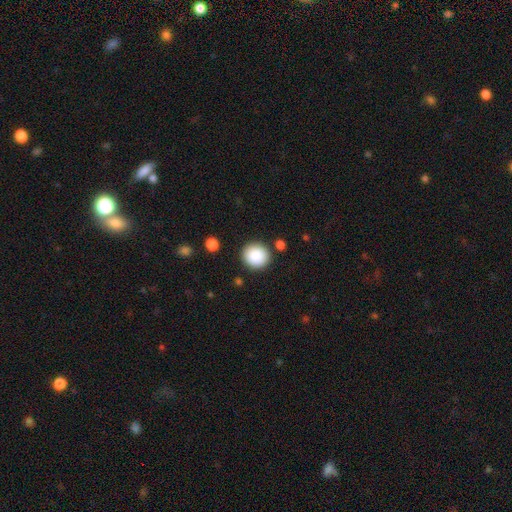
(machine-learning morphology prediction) smooth 89%, star or artifact 8%, featured or disk 4%. Down the decision tree: how rounded — round (92%); merging — none (88%).